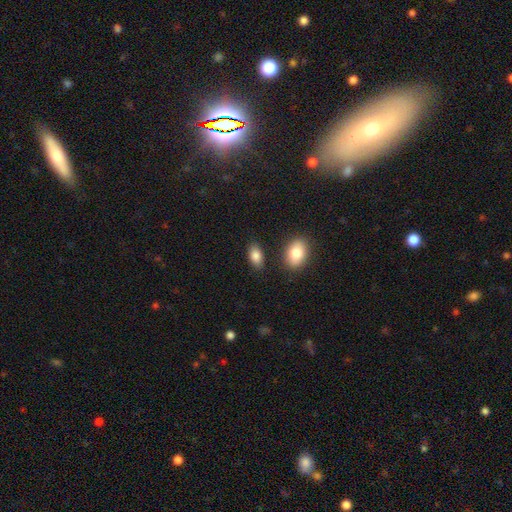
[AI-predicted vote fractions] Smooth or featured: smooth — 86% (star or artifact — 7%)
How rounded: in between — 90% (round — 8%)
Merging: none — 82% (minor disturbance — 11%)